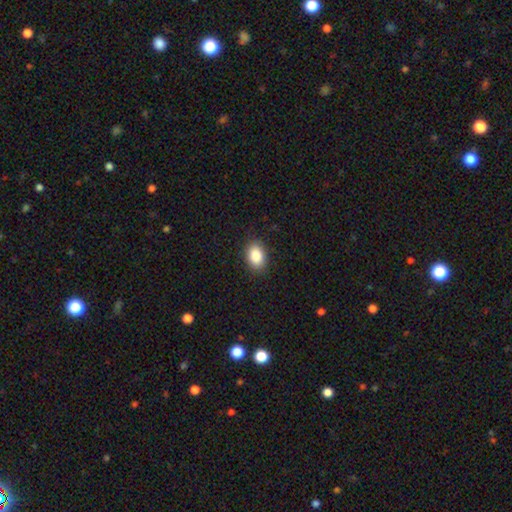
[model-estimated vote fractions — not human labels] Q: Smooth or featured?
A: smooth (88%); runner-up: star or artifact (8%)
Q: How rounded?
A: in between (82%); runner-up: round (17%)
Q: Merging?
A: none (87%); runner-up: minor disturbance (9%)